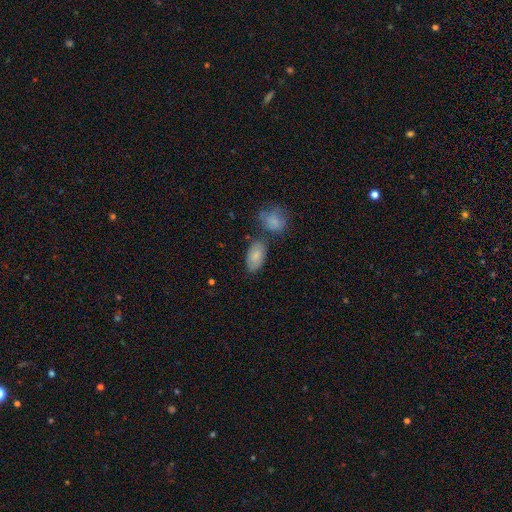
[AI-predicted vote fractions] smooth-or-featured: smooth: 80% | featured or disk: 13% | star or artifact: 7%
  how-rounded: in between: 93% | round: 5% | cigar-shaped: 2%
  merging: none: 65% | minor disturbance: 17% | merger: 14% | major disturbance: 5%